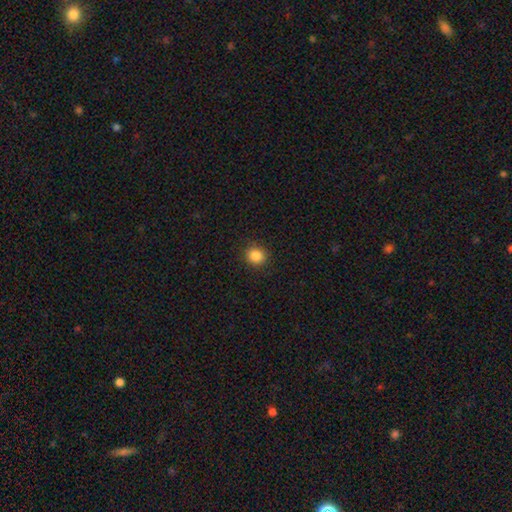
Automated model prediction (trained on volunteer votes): The model was most divided on "how rounded": round: 86%, in between: 13%, cigar-shaped: 1%. More confident: merging — none (90%); smooth or featured — smooth (86%).